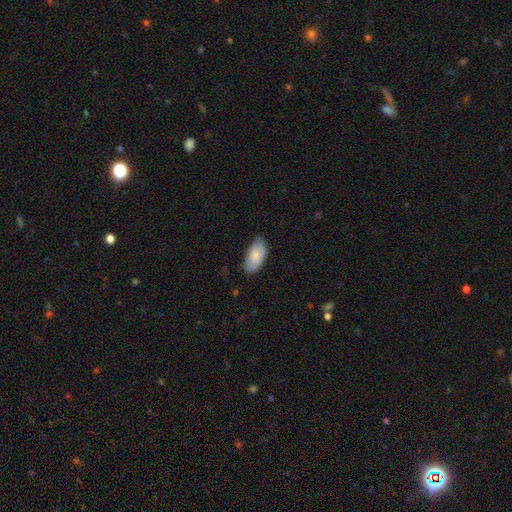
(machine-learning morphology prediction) Smooth or featured? smooth (84%)
How rounded? in between (94%)
Merging? none (75%)